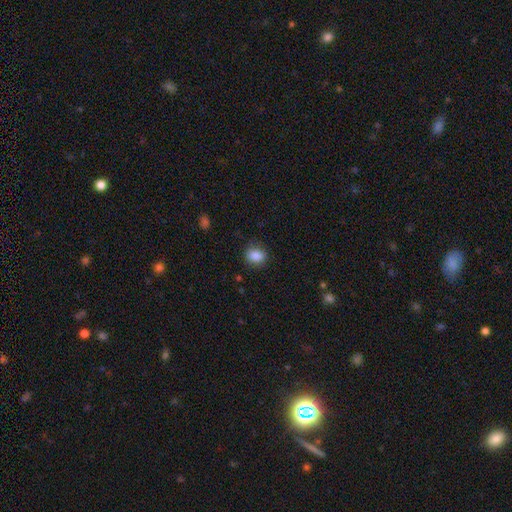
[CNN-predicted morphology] Smooth or featured? Predicted: smooth (p=0.87). How rounded? Predicted: round (p=0.57). Merging? Predicted: none (p=0.82).